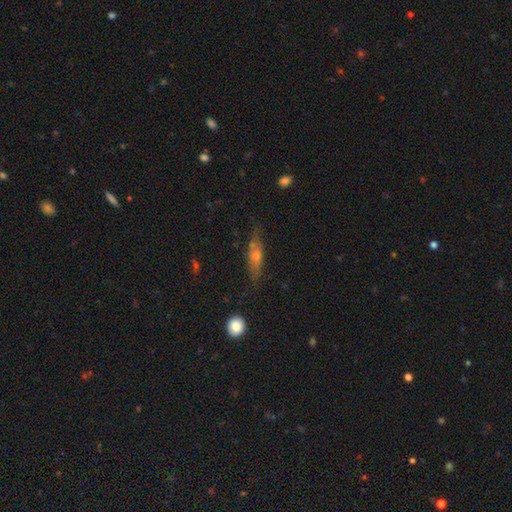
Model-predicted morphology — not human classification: Smooth or featured? featured or disk (49%)
Merging? none (72%)